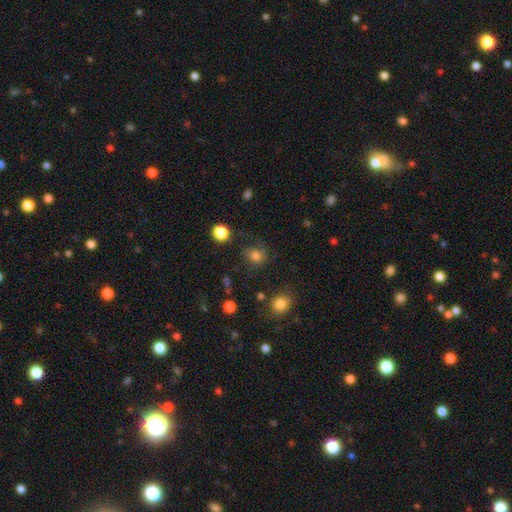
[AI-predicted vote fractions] A smooth galaxy with no disk features (77%) that is round (75%). Merging: none (67%).